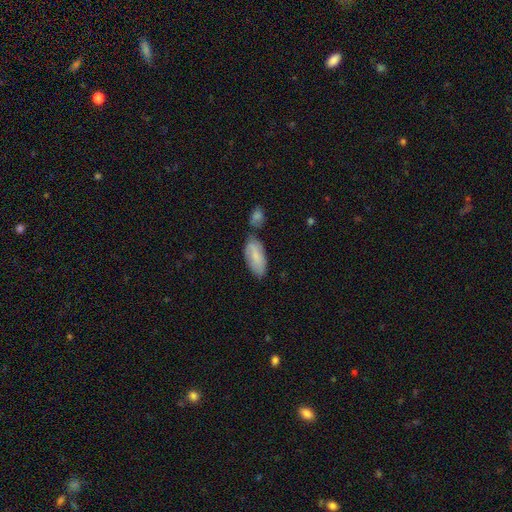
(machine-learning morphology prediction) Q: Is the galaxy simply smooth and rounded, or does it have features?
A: smooth — 77%.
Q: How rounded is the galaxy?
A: in between — 87%.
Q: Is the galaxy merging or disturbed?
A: none — 56%.